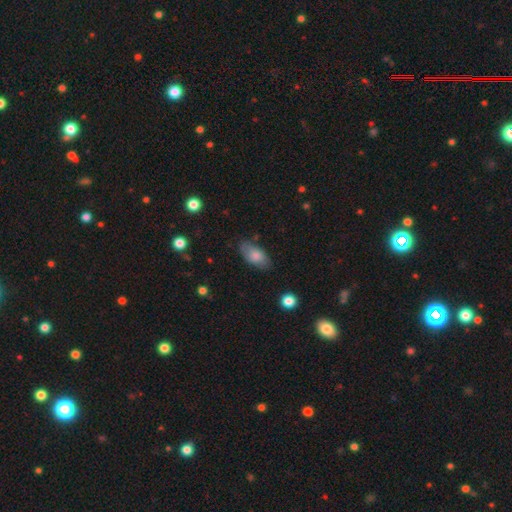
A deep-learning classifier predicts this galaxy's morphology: smooth 77%, featured or disk 16%, star or artifact 7%. Down the decision tree: how rounded — in between (91%); merging — none (74%).